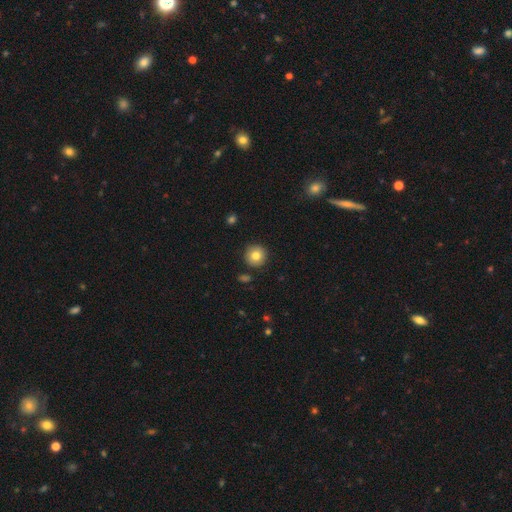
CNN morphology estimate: Smooth or featured? Predicted: smooth (p=0.81). How rounded? Predicted: round (p=0.95). Merging? Predicted: none (p=0.91).